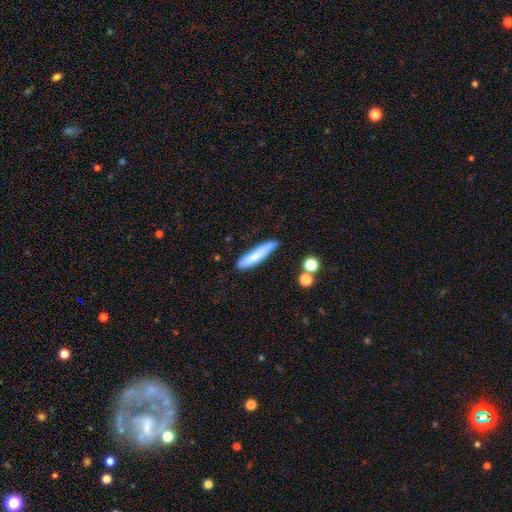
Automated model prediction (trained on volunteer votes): smooth 74%, featured or disk 20%, star or artifact 6%. Down the decision tree: how rounded — cigar-shaped (91%); merging — none (79%).